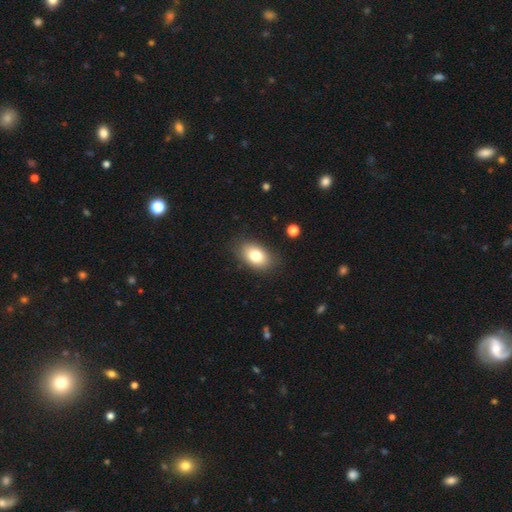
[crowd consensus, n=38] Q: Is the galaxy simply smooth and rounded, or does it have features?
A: smooth — 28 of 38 (74%).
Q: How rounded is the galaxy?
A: in between — 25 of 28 (89%).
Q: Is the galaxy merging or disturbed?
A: none — 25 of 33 (76%).